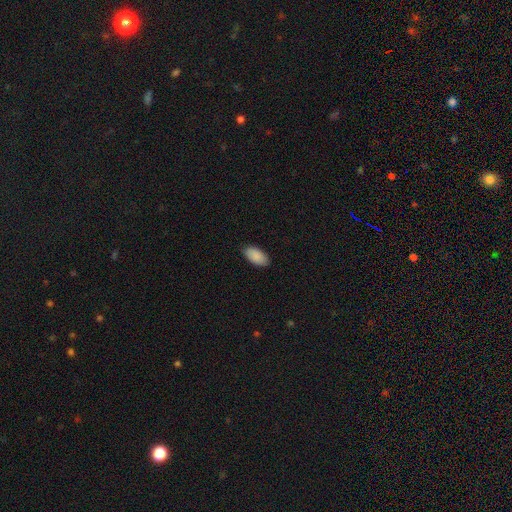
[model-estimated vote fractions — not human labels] Q: Smooth or featured?
A: smooth (90%); runner-up: star or artifact (6%)
Q: How rounded?
A: in between (95%); runner-up: cigar-shaped (2%)
Q: Merging?
A: none (87%); runner-up: minor disturbance (10%)